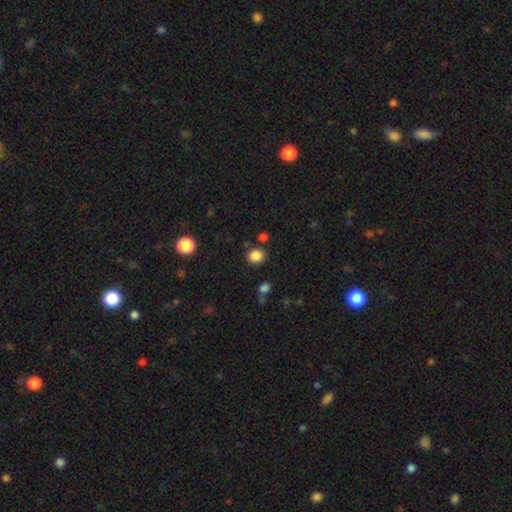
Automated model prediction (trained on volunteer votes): This is clearly a smooth galaxy (85%). How rounded: likely round (68%). Merging: clearly none (82%).